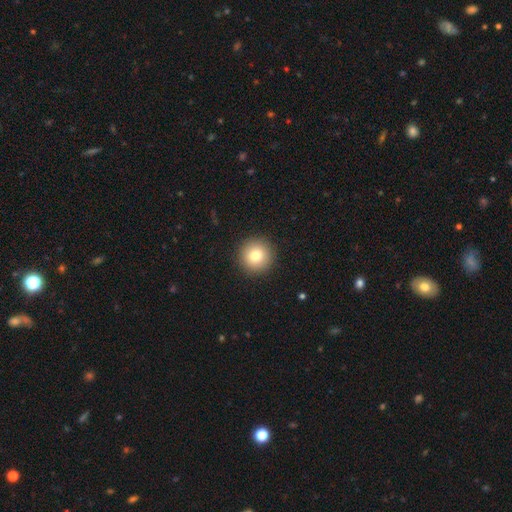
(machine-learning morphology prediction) This appears to be a smooth galaxy with no disk features (79%) that is round (96%). Merging: none (92%).